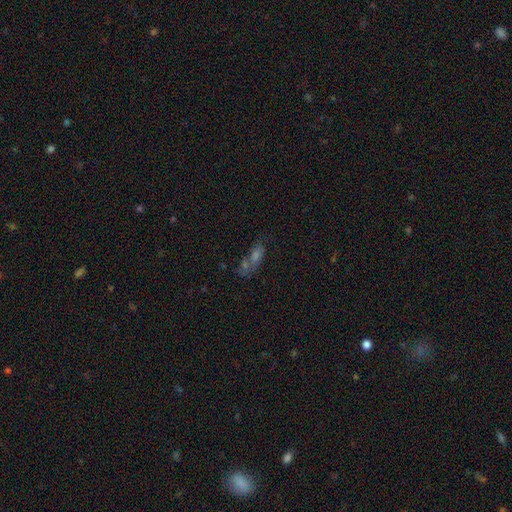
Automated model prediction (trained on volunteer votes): Smooth or featured? Predicted: smooth (p=0.49). Merging? Predicted: none (p=0.40).